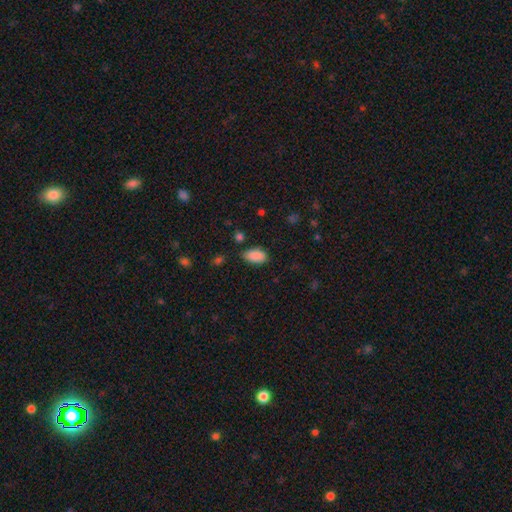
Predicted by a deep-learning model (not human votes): smooth 88%, star or artifact 8%, featured or disk 4%. Down the decision tree: how rounded — in between (93%); merging — none (73%).